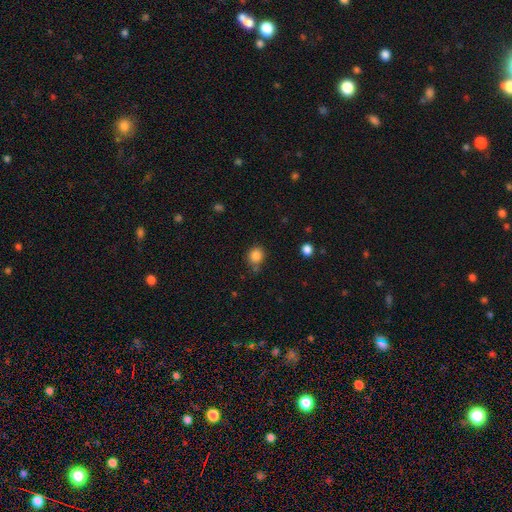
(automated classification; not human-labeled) smooth-or-featured: smooth: 85% | star or artifact: 11% | featured or disk: 4%
  how-rounded: round: 79% | in between: 20% | cigar-shaped: 1%
  merging: none: 73% | minor disturbance: 15% | merger: 8% | major disturbance: 4%